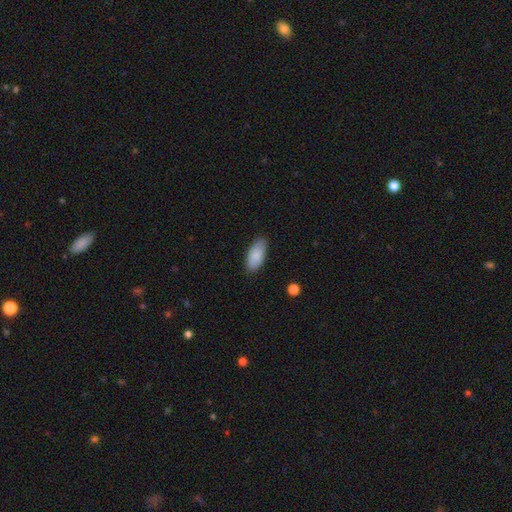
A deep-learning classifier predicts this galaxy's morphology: A smooth galaxy with no disk features (88%) that is in between round and cigar-shaped (89%).

Vote fractions:
- Smooth or featured? smooth: 88% / star or artifact: 6% / featured or disk: 6%
- How rounded? in between: 89% / cigar-shaped: 9% / round: 2%
- Merging? none: 84% / minor disturbance: 12% / major disturbance: 2% / merger: 1%